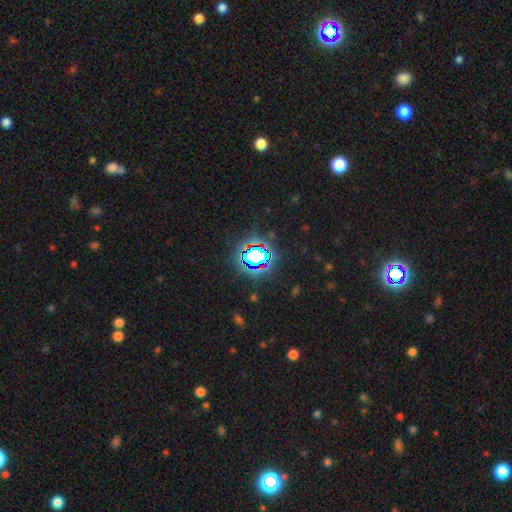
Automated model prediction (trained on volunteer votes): Q: Smooth or featured?
A: star or artifact (72%); runner-up: smooth (16%)